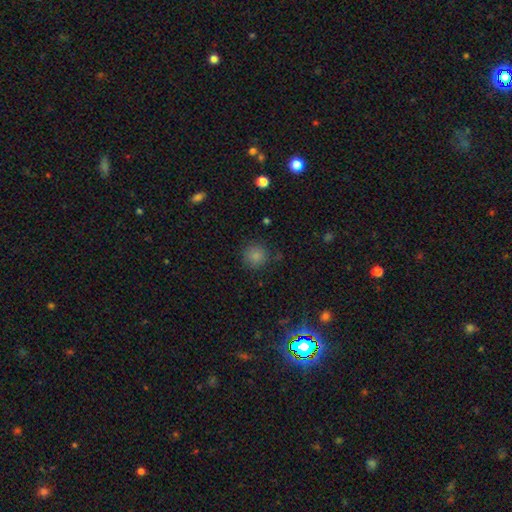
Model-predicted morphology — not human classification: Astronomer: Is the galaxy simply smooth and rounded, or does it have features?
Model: smooth — 82%.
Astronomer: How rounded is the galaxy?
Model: round — 93%.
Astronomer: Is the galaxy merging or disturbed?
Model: none — 83%.